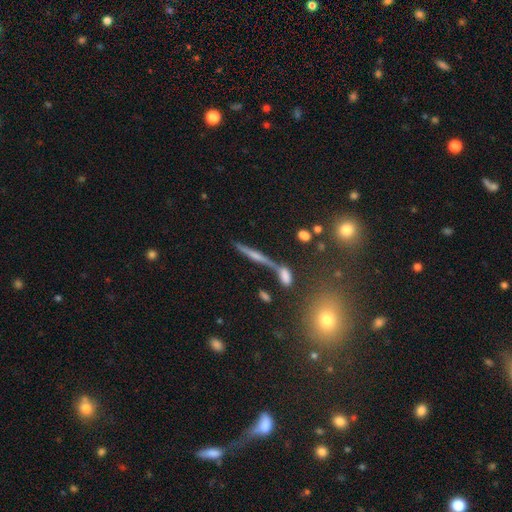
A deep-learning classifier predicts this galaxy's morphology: The model was most divided on "smooth or featured": featured or disk: 55%, smooth: 33%, star or artifact: 13%. More confident: edge-on disk — yes (90%); merging — none (61%).